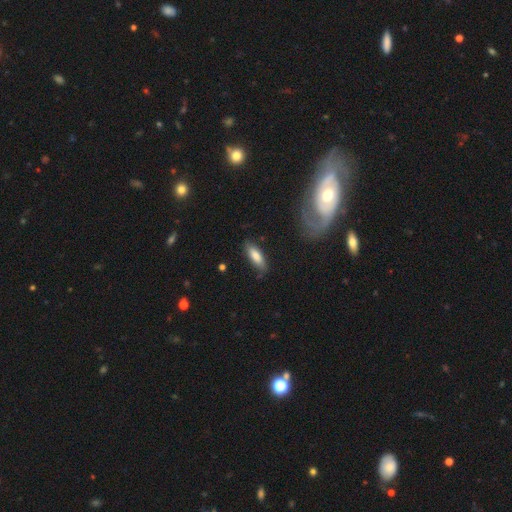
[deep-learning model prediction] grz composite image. It shows a smooth galaxy with no disk features (77%) that is in between round and cigar-shaped (56%). Merging: none (80%).